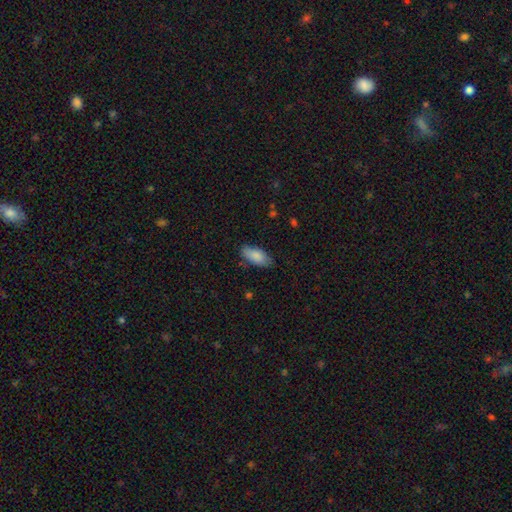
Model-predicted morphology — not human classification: Smooth or featured?
  - smooth: 86% *
  - featured or disk: 8%
  - star or artifact: 6%
How rounded?
  - in between: 88% *
  - cigar-shaped: 10%
  - round: 2%
Merging?
  - none: 80% *
  - minor disturbance: 16%
  - major disturbance: 3%
  - merger: 1%